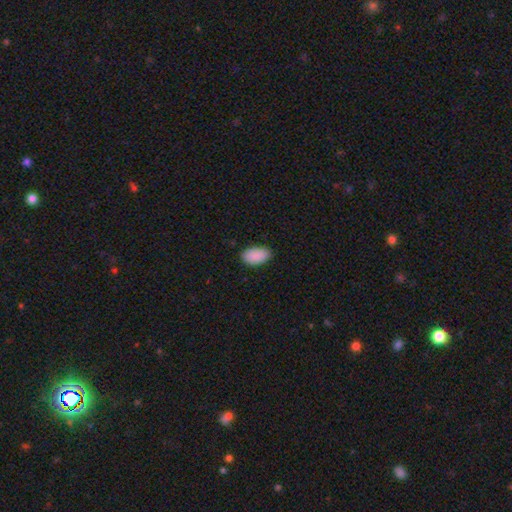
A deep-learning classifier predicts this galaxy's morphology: This is clearly a smooth galaxy (91%). How rounded: clearly in between (94%). Merging: clearly none (86%).